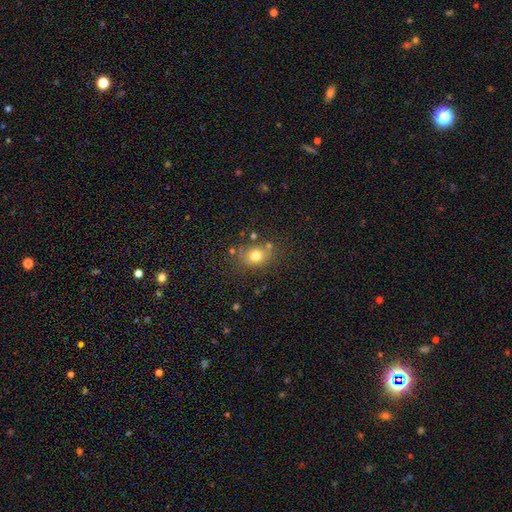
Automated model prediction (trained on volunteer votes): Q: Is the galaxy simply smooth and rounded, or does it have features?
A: smooth — 74%.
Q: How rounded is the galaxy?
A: round — 54%.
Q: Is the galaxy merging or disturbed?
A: none — 68%.